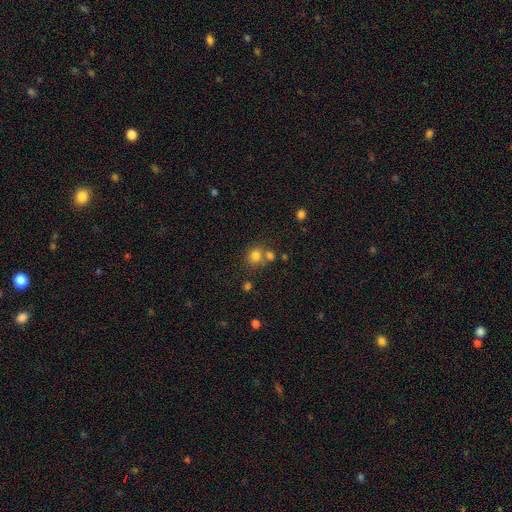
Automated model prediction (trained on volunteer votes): Smooth or featured? Predicted: smooth (p=0.78). How rounded? Predicted: round (p=0.83). Merging? Predicted: none (p=0.58).